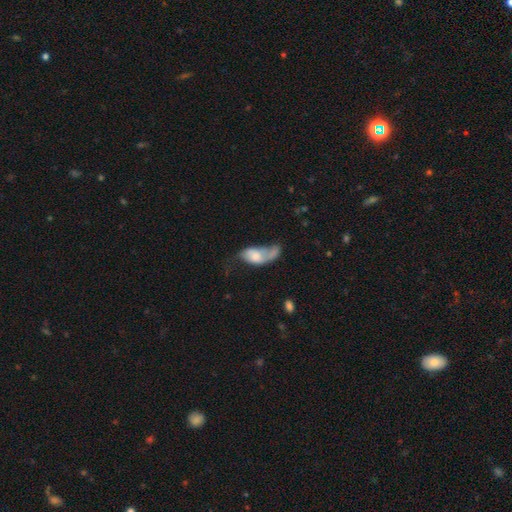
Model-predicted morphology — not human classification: This is possibly a smooth galaxy (50%). How rounded: clearly in between (89%). Merging: marginally major disturbance (38%).